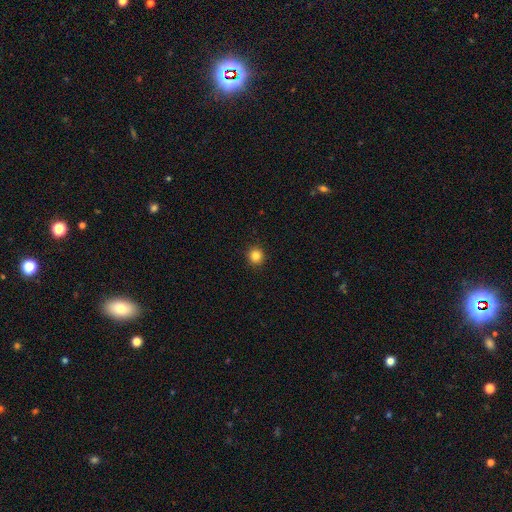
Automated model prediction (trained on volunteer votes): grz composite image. It shows a smooth galaxy with no disk features (84%) that is round (93%). Merging: none (93%).